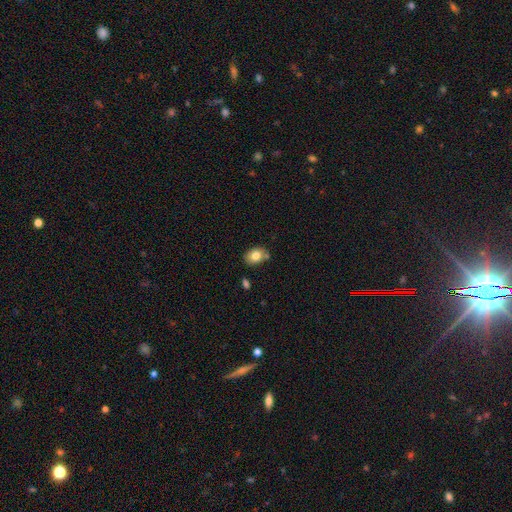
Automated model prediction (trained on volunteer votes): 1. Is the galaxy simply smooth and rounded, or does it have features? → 81% smooth, 11% featured or disk, 8% star or artifact.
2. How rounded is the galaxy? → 75% in between, 24% round, 1% cigar-shaped.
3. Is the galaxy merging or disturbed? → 72% none, 16% minor disturbance, 8% merger, 3% major disturbance.